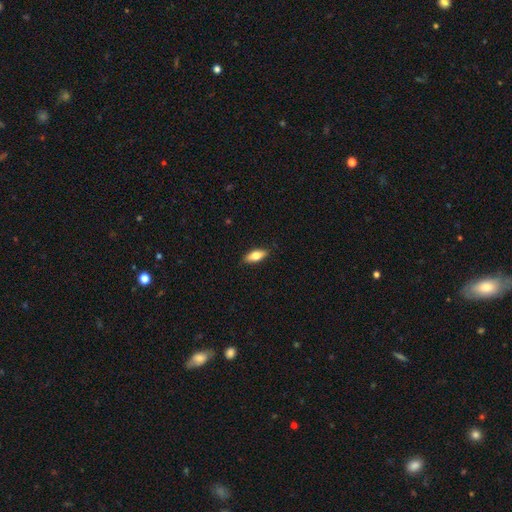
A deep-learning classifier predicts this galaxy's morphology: Smooth or featured?
  - smooth: 73% *
  - featured or disk: 21%
  - star or artifact: 6%
How rounded?
  - in between: 76% *
  - cigar-shaped: 21%
  - round: 3%
Merging?
  - none: 88% *
  - minor disturbance: 10%
  - major disturbance: 2%
  - merger: 1%